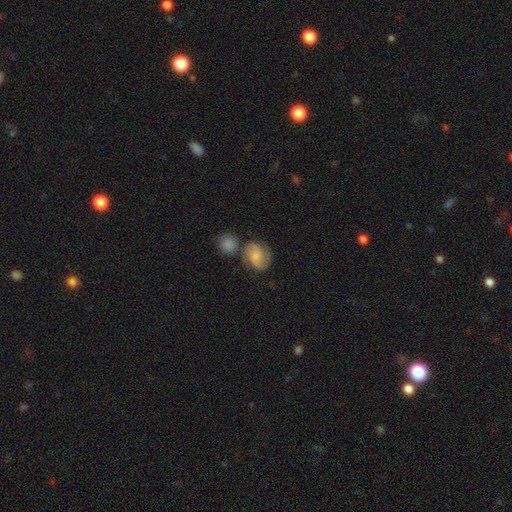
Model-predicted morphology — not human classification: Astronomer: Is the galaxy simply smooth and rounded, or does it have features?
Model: featured or disk — 49% (runner-up: smooth, 43%).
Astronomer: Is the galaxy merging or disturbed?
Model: none — 56%.